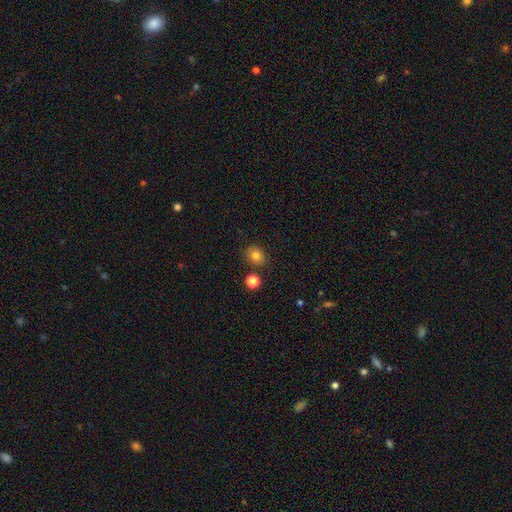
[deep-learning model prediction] smooth_or_featured: smooth (p=0.80) [alt: star or artifact p=0.12]
how_rounded: round (p=0.63) [alt: in between p=0.36]
merging: none (p=0.82) [alt: minor disturbance p=0.10]